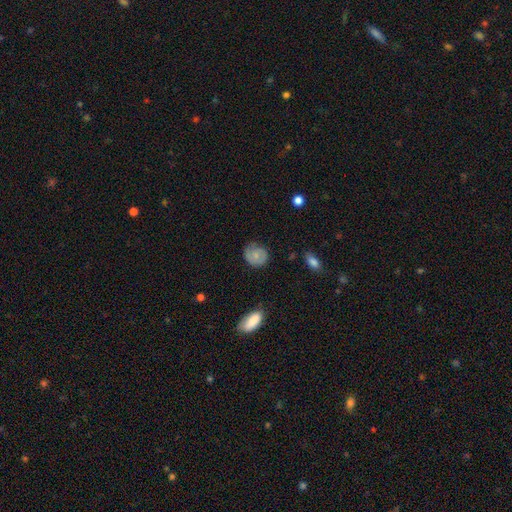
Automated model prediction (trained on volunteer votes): Smooth or featured?
  - smooth: 53% *
  - featured or disk: 39%
  - star or artifact: 8%
How rounded?
  - round: 69% *
  - in between: 30%
  - cigar-shaped: 1%
Merging?
  - none: 66% *
  - minor disturbance: 24%
  - major disturbance: 9%
  - merger: 2%